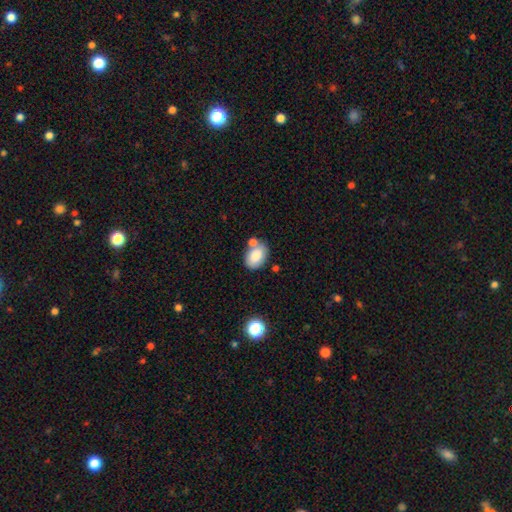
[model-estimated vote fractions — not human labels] Smooth or featured: smooth — 82% (featured or disk — 10%)
How rounded: in between — 80% (round — 19%)
Merging: none — 58% (merger — 21%)